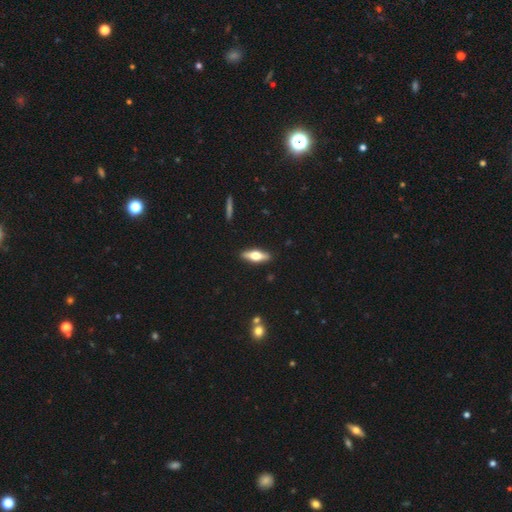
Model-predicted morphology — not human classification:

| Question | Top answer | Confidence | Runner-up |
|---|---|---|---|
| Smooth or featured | featured or disk | 49% | smooth (45%) |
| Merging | none | 90% | minor disturbance (8%) |